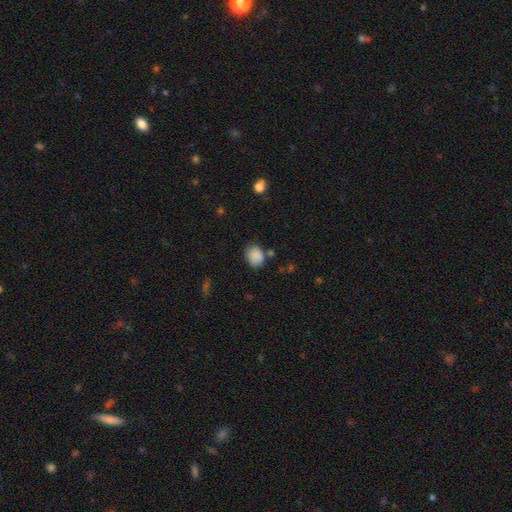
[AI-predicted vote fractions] Smooth or featured? smooth (88%)
How rounded? round (51%)
Merging? none (74%)